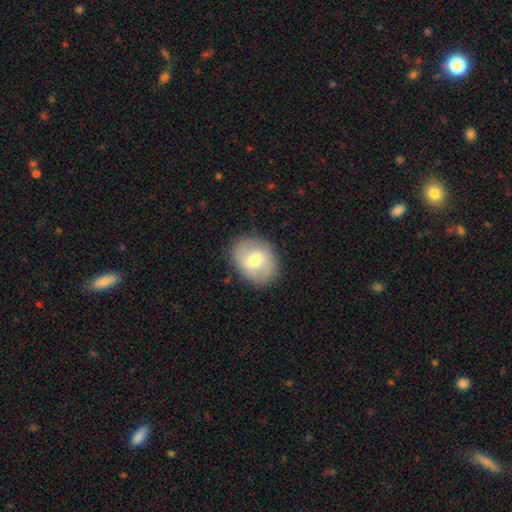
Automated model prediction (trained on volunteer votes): Smooth or featured: smooth — 58% (featured or disk — 35%)
How rounded: in between — 53% (round — 46%)
Merging: none — 84% (minor disturbance — 11%)